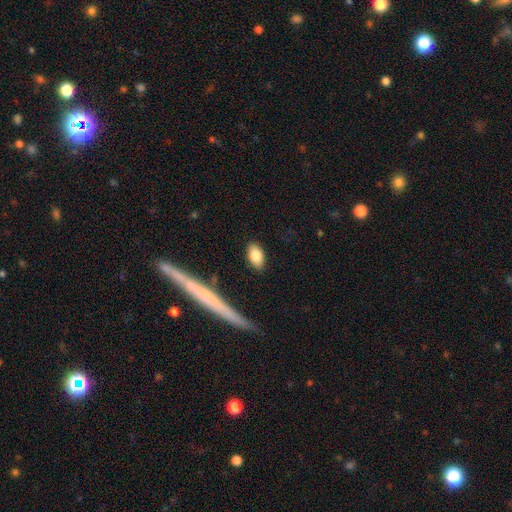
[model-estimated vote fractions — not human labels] Smooth or featured: smooth — 81% (featured or disk — 12%)
How rounded: in between — 90% (round — 6%)
Merging: none — 87% (minor disturbance — 9%)